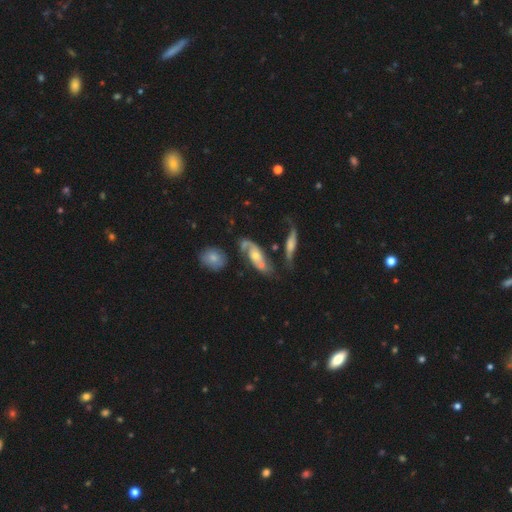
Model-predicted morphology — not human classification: smooth-or-featured: featured or disk: 70% | smooth: 22% | star or artifact: 8%
  disk-edge-on: no: 89% | yes: 11%
    bar: no: 71% | weak: 23% | strong: 7%
    has-spiral-arms: yes: 86% | no: 14%
      spiral-winding: medium: 39% | loose: 35% | tight: 26%
      spiral-arm-count: 2: 71% | can't tell: 13% | 1: 11% | 3: 2% | 4: 1% | more than 4: 1%
    bulge-size: moderate: 47% | small: 42% | large: 5% | none: 4% | dominant: 1%
  merging: none: 39% | merger: 25% | minor disturbance: 20% | major disturbance: 17%